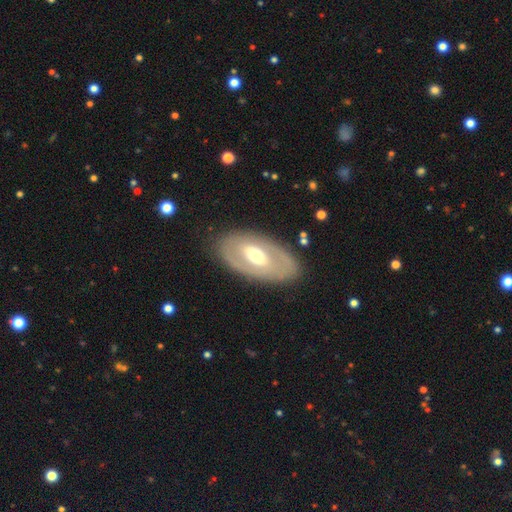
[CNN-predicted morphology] smooth-or-featured: featured or disk: 62% | smooth: 33% | star or artifact: 5%
  disk-edge-on: no: 89% | yes: 11%
    bar: no: 47% | weak: 33% | strong: 21%
    has-spiral-arms: no: 74% | yes: 26%
    bulge-size: moderate: 68% | small: 17% | large: 13% | dominant: 1% | none: 1%
  merging: none: 83% | minor disturbance: 12% | major disturbance: 5% | merger: 1%